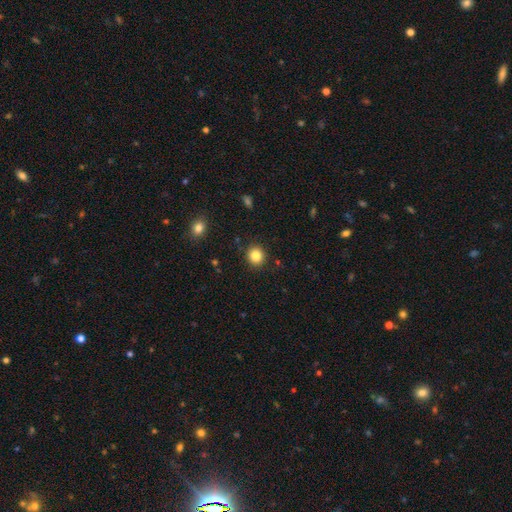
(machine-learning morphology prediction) type=smooth (84%); roundness=round (87%); merging=none (90%).